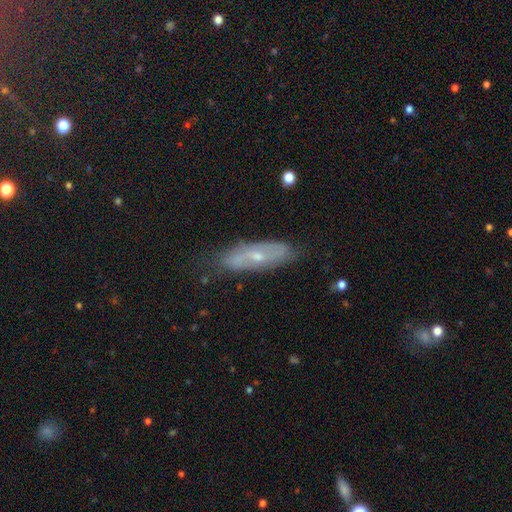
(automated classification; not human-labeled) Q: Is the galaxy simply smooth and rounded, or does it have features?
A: featured or disk — 64%.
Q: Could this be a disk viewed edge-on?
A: no — 70%.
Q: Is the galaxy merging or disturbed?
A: none — 75%.